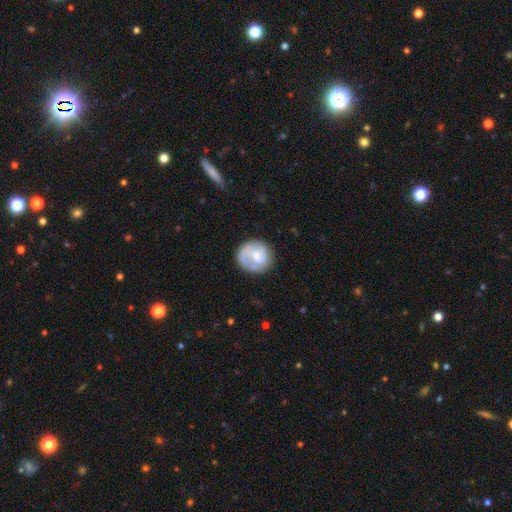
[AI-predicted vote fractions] Q: Smooth or featured?
A: featured or disk (51%); runner-up: smooth (43%)
Q: Edge-on disk?
A: no (98%); runner-up: yes (2%)
Q: Merging?
A: none (71%); runner-up: minor disturbance (18%)